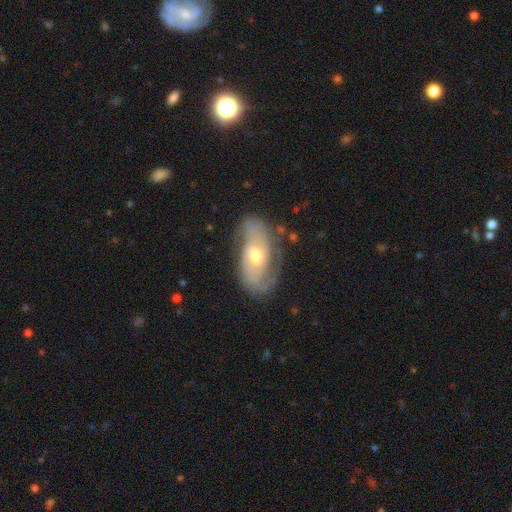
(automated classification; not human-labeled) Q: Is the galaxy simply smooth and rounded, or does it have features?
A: featured or disk — 76%.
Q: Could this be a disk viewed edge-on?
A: no — 93%.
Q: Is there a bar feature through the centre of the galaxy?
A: no — 63%.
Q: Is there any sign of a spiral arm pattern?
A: yes — 86%.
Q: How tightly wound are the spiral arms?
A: tight — 42%.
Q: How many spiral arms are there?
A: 2 — 71%.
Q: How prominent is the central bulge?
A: moderate — 66%.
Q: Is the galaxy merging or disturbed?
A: none — 68%.